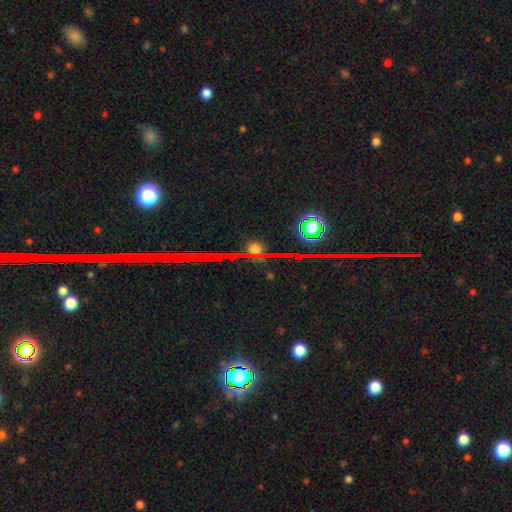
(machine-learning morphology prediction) Smooth or featured?
  - star or artifact: 79% *
  - featured or disk: 11%
  - smooth: 10%